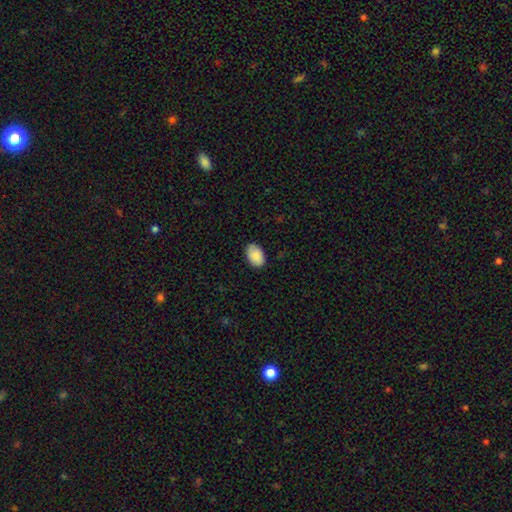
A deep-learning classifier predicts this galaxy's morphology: smooth-or-featured: smooth: 87% | star or artifact: 7% | featured or disk: 6%
  how-rounded: in between: 89% | round: 10% | cigar-shaped: 1%
  merging: none: 84% | minor disturbance: 13% | major disturbance: 2% | merger: 1%